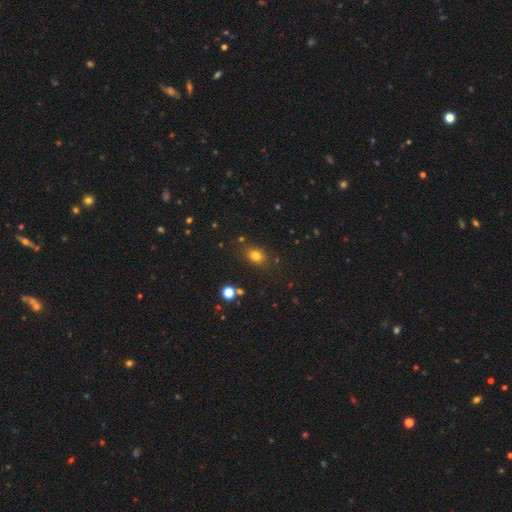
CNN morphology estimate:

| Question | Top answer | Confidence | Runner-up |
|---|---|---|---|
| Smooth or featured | smooth | 77% | star or artifact (15%) |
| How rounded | in between | 61% | round (37%) |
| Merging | none | 80% | minor disturbance (12%) |